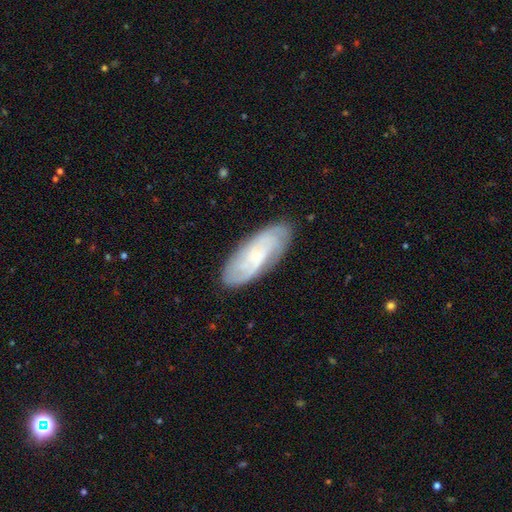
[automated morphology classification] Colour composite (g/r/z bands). It shows a featured or disk galaxy (71%) with no bar (66%), tight (59%) spiral arms (92%) and a small central bulge (78%). Merging: none (82%).